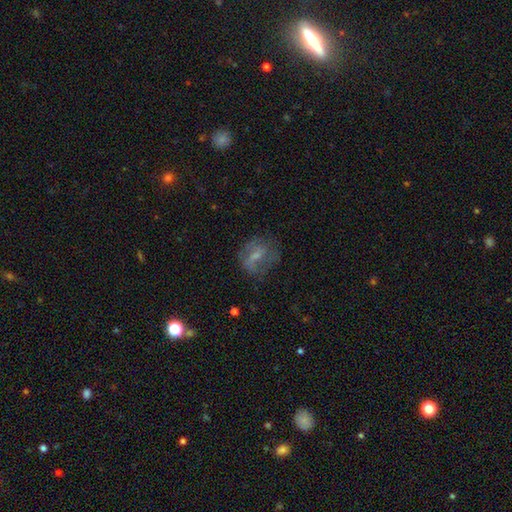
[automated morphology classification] This is possibly a featured or disk galaxy (46%). Merging: possibly none (57%).